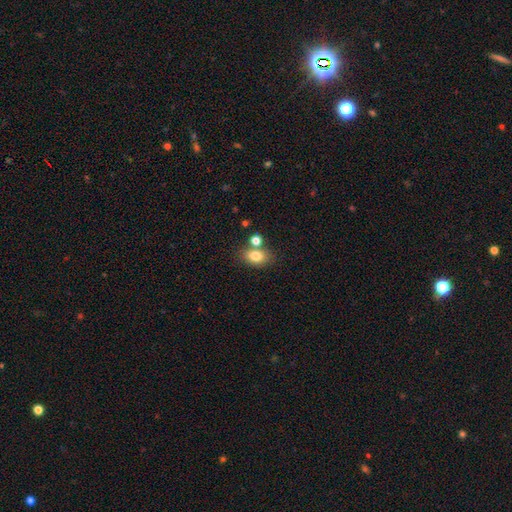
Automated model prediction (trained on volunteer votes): The model was most divided on "merging": none: 62%, merger: 22%, minor disturbance: 12%, major disturbance: 4%. More confident: smooth or featured — smooth (79%); how rounded — in between (74%).